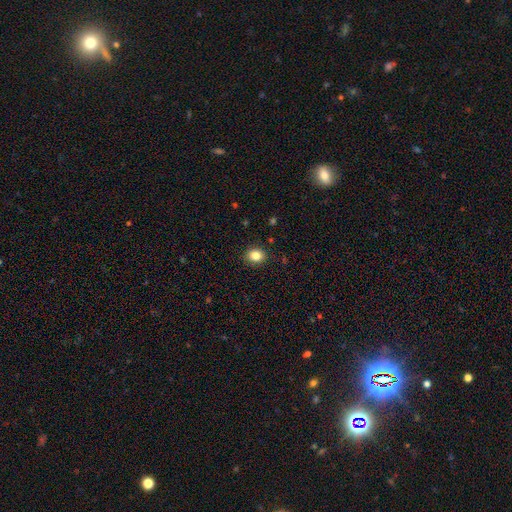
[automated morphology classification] Q: Smooth or featured?
A: smooth (83%); runner-up: star or artifact (11%)
Q: How rounded?
A: round (63%); runner-up: in between (36%)
Q: Merging?
A: none (90%); runner-up: minor disturbance (7%)